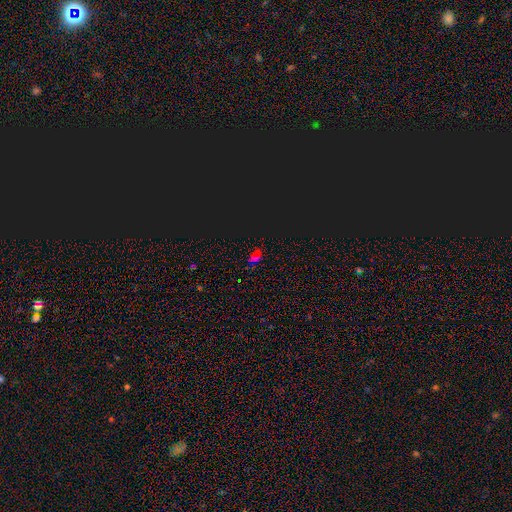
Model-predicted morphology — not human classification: Smooth or featured: star or artifact — 55% (smooth — 36%)